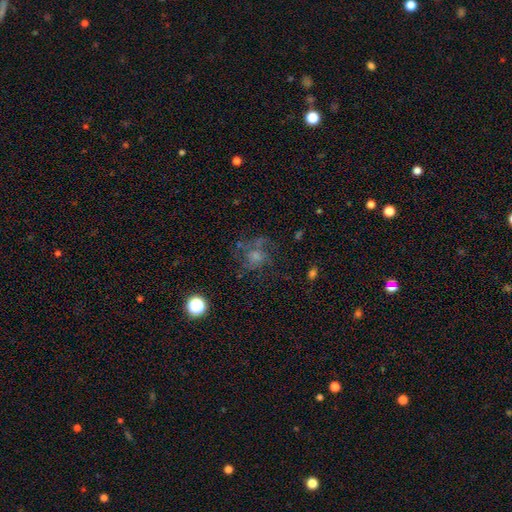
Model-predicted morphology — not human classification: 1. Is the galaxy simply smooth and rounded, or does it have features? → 41% smooth, 40% featured or disk, 19% star or artifact.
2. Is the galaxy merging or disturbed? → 52% none, 25% major disturbance, 19% minor disturbance, 4% merger.